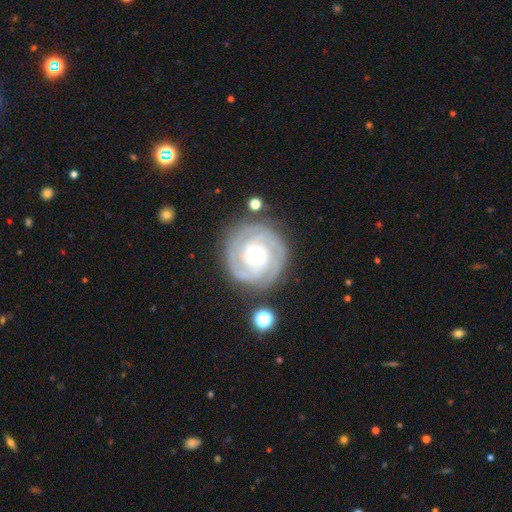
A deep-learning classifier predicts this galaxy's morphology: This appears to be a featured or disk galaxy (88%) with no bar (68%), 2 (45%) tight (80%) spiral arms (97%) and a moderate central bulge (65%). Merging: none (82%).